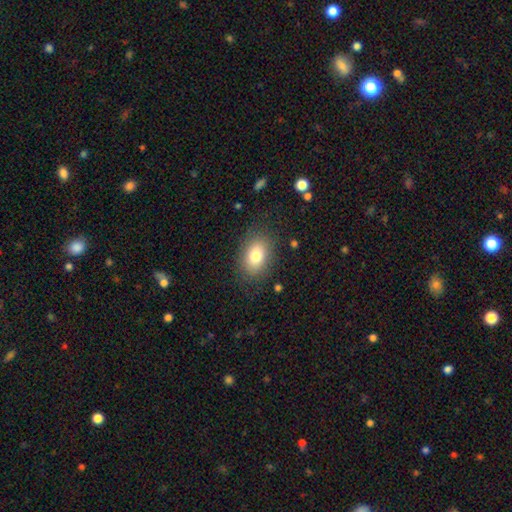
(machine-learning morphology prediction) Overall: smooth (78%). How rounded: in between (80%). Merging: none (81%).